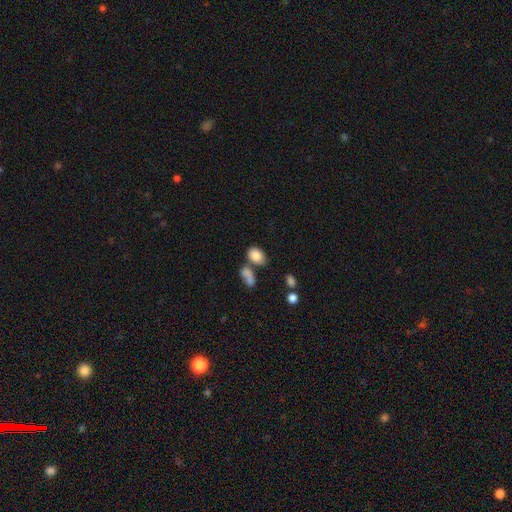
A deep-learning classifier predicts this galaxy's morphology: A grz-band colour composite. It shows a smooth galaxy with no disk features (83%) that is in between round and cigar-shaped (79%). Merging: none (49%).